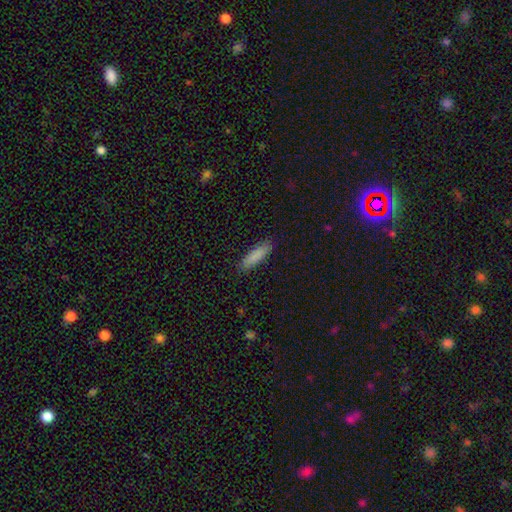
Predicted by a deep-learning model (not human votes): This is clearly a smooth galaxy (87%). How rounded: likely cigar-shaped (62%). Merging: clearly none (87%).